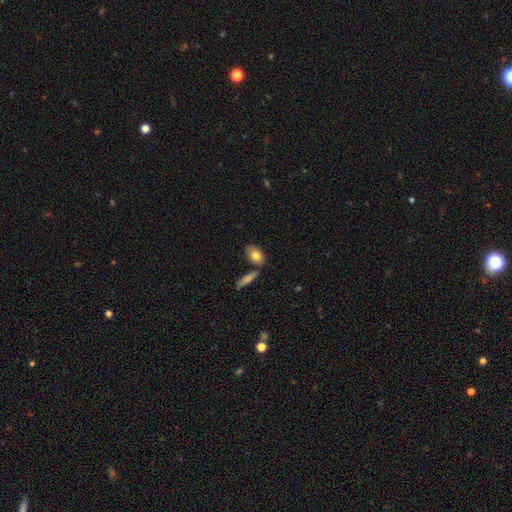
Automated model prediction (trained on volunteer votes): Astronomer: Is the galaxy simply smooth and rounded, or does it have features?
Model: smooth — 79%.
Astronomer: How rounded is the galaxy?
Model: in between — 86%.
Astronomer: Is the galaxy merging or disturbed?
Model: none — 71%.